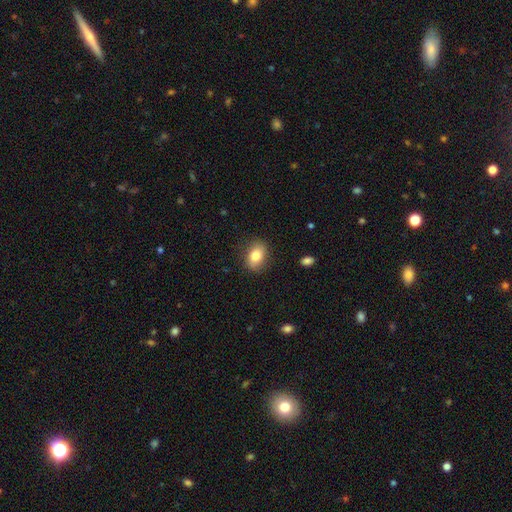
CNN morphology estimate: The model was most divided on "how rounded": in between: 78%, round: 20%, cigar-shaped: 2%. More confident: merging — none (84%); smooth or featured — smooth (82%).